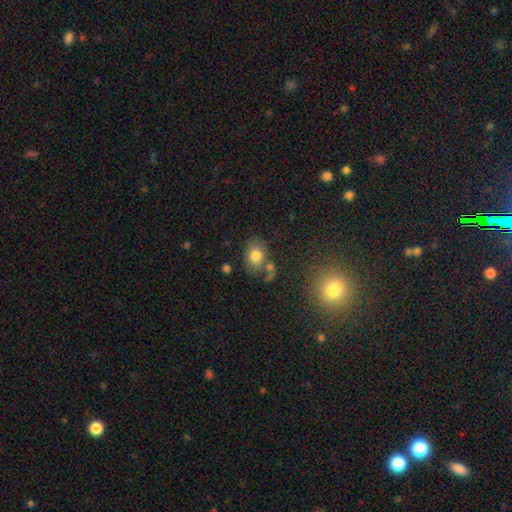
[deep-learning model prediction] Smooth or featured: smooth — 77% (featured or disk — 13%)
How rounded: in between — 64% (round — 34%)
Merging: none — 64% (minor disturbance — 16%)